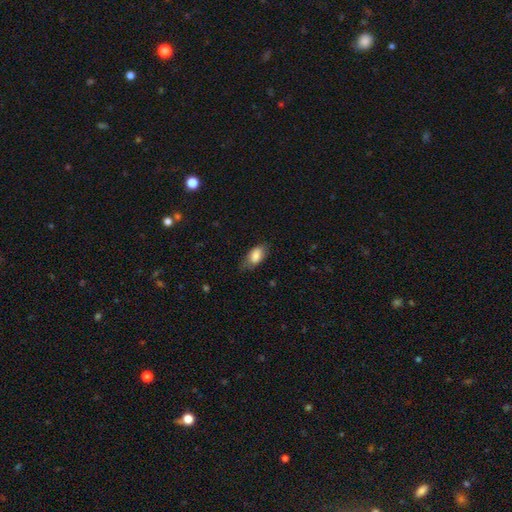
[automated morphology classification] type=smooth (83%); roundness=in between (91%); merging=none (61%).